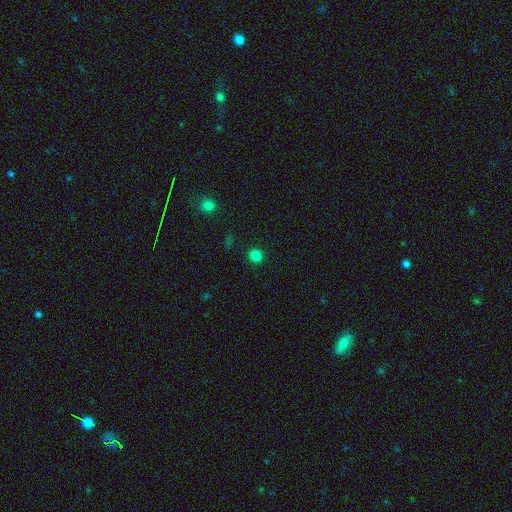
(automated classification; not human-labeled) smooth 82%, star or artifact 14%, featured or disk 4%. Down the decision tree: how rounded — round (90%); merging — none (92%).